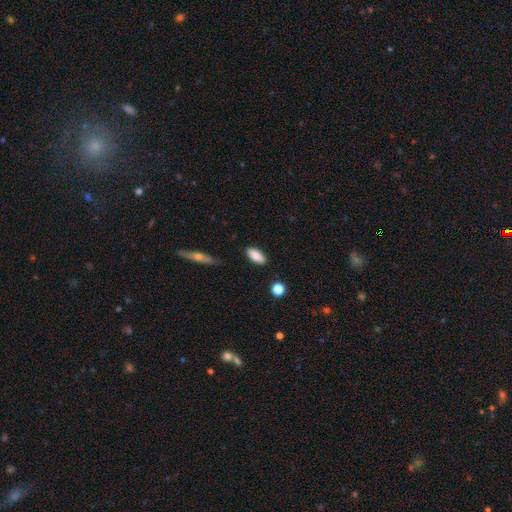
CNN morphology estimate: This appears to be a smooth galaxy with no disk features (83%) that is in between round and cigar-shaped (84%). Merging: none (85%).